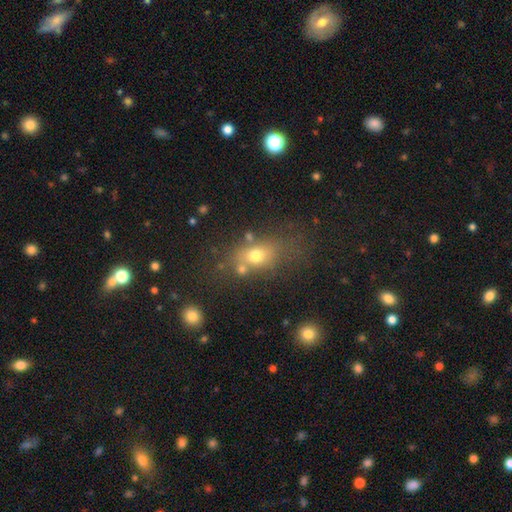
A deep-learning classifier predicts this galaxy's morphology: Q: Smooth or featured?
A: smooth (67%); runner-up: featured or disk (17%)
Q: How rounded?
A: in between (66%); runner-up: round (30%)
Q: Merging?
A: none (54%); runner-up: minor disturbance (19%)